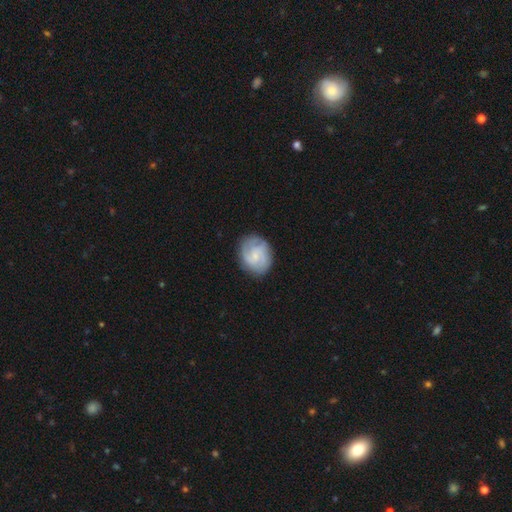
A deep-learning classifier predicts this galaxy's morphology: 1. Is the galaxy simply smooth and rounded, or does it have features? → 68% featured or disk, 26% smooth, 6% star or artifact.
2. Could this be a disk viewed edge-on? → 98% no, 2% yes.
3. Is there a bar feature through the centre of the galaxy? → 61% no, 35% weak, 4% strong.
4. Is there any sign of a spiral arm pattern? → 93% yes, 7% no.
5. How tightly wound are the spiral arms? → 47% tight, 41% medium, 12% loose.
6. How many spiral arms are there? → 34% 2, 28% 3, 23% can't tell, 6% 4, 5% 1, 4% more than 4.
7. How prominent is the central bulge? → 67% small, 21% moderate, 10% none, 1% large, 1% dominant.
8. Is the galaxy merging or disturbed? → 78% none, 16% minor disturbance, 5% major disturbance, 1% merger.